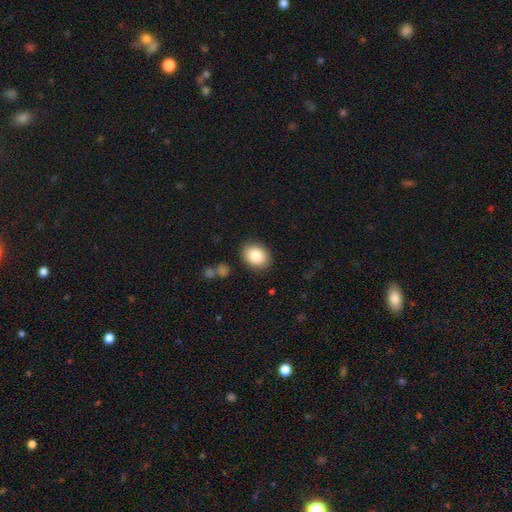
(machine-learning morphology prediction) smooth 85%, star or artifact 8%, featured or disk 8%. Down the decision tree: how rounded — in between (66%); merging — none (88%).